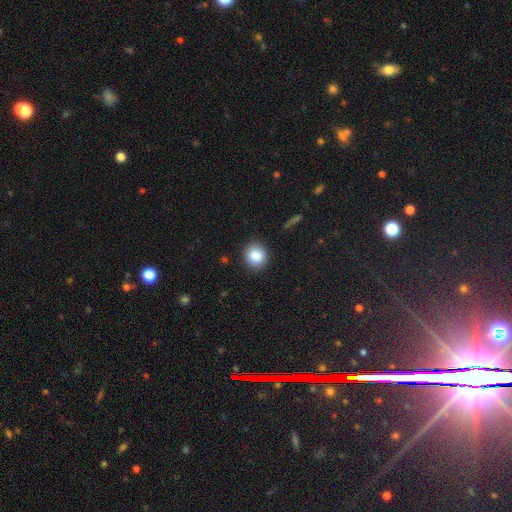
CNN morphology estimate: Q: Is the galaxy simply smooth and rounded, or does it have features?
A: smooth — 86%.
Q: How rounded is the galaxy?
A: round — 85%.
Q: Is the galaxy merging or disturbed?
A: none — 89%.